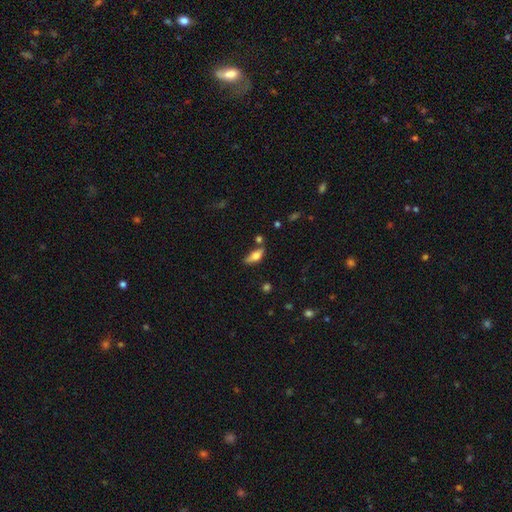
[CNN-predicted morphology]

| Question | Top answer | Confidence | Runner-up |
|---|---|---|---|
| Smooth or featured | smooth | 64% | featured or disk (28%) |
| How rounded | in between | 71% | cigar-shaped (26%) |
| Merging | none | 59% | minor disturbance (23%) |